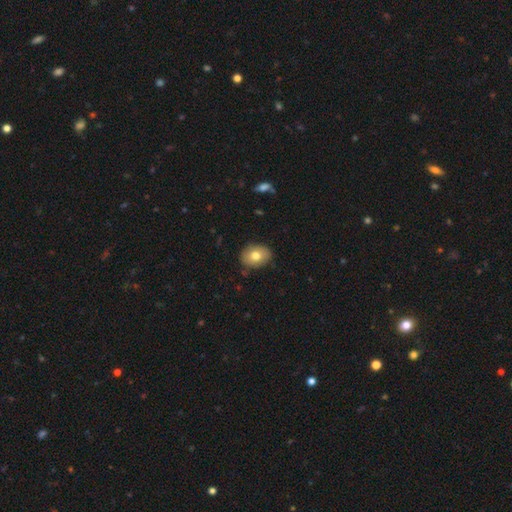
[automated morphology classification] Smooth or featured: smooth — 75% (featured or disk — 17%)
How rounded: in between — 63% (round — 36%)
Merging: none — 85% (minor disturbance — 12%)